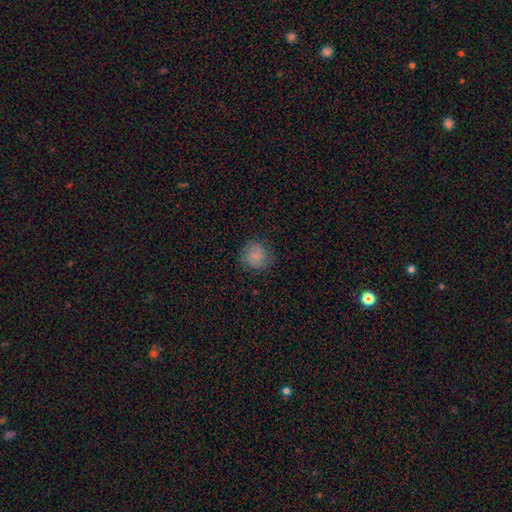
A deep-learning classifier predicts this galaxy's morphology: Smooth or featured? smooth (81%)
How rounded? round (87%)
Merging? none (80%)